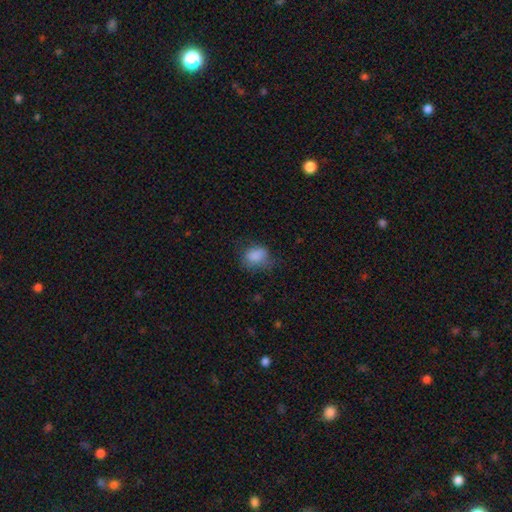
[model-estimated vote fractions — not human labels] Smooth or featured: smooth — 82% (star or artifact — 10%)
How rounded: in between — 65% (round — 34%)
Merging: none — 52% (minor disturbance — 31%)